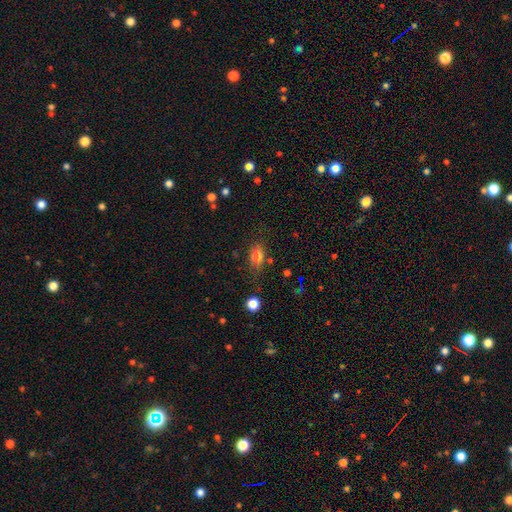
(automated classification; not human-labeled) A smooth galaxy with no disk features (75%) that is in between round and cigar-shaped (64%). Merging: none (68%).